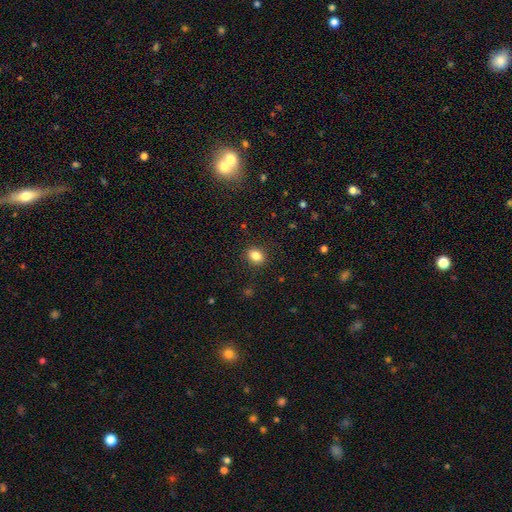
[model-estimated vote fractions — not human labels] Q: Smooth or featured?
A: smooth (84%); runner-up: star or artifact (10%)
Q: How rounded?
A: round (50%); runner-up: in between (49%)
Q: Merging?
A: none (89%); runner-up: minor disturbance (8%)